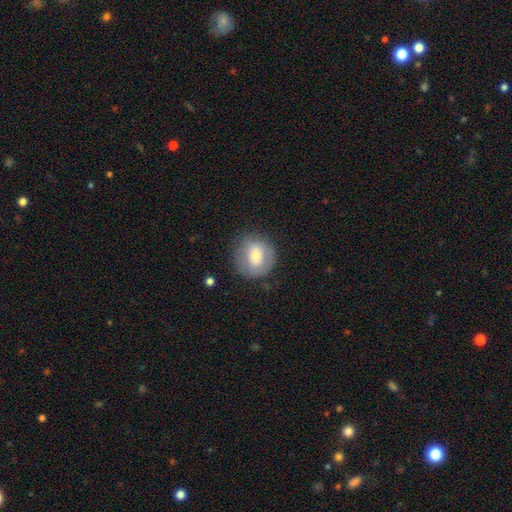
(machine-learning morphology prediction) A smooth galaxy with no disk features (62%) that is round (83%).

Vote fractions:
- Smooth or featured? smooth: 62% / featured or disk: 30% / star or artifact: 8%
- How rounded? round: 83% / in between: 16% / cigar-shaped: 1%
- Merging? none: 78% / minor disturbance: 15% / major disturbance: 6% / merger: 1%